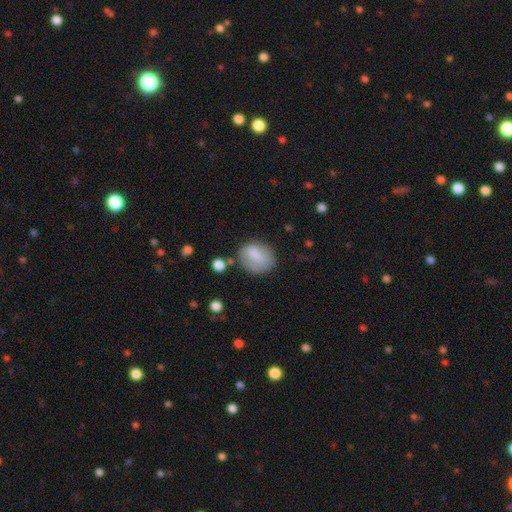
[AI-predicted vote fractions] smooth 71%, featured or disk 21%, star or artifact 8%. Down the decision tree: how rounded — round (50%); merging — none (65%).